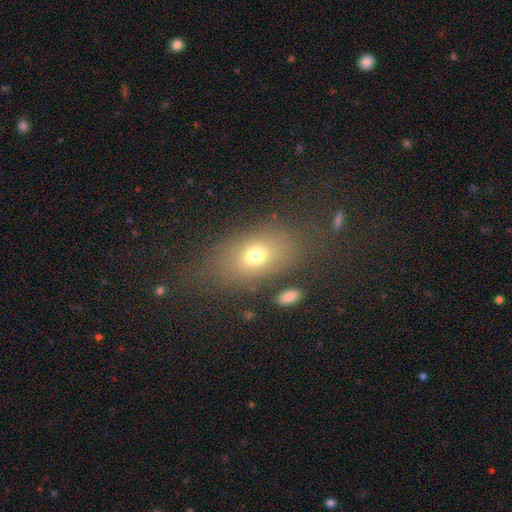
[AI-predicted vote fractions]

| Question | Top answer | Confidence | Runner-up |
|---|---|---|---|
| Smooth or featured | smooth | 68% | featured or disk (17%) |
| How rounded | in between | 79% | round (18%) |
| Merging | none | 74% | minor disturbance (14%) |